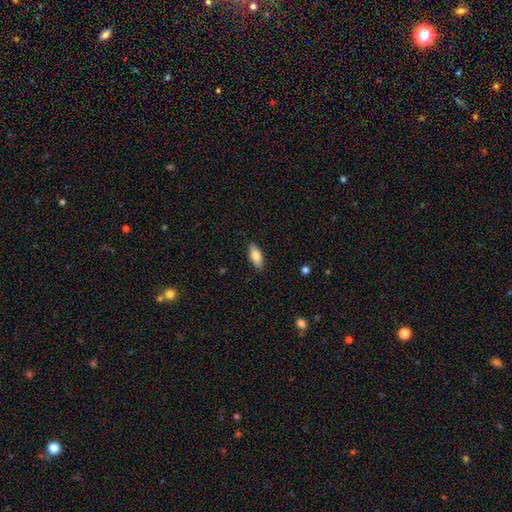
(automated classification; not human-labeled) Smooth or featured: smooth — 79% (featured or disk — 15%)
How rounded: in between — 81% (cigar-shaped — 17%)
Merging: none — 87% (minor disturbance — 10%)